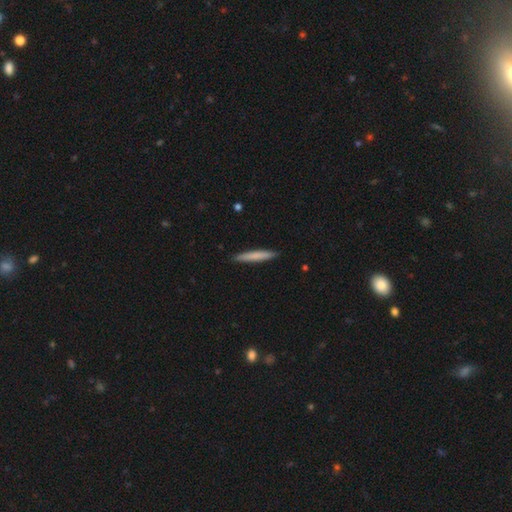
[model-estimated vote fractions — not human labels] Smooth or featured? Predicted: smooth (p=0.75). How rounded? Predicted: cigar-shaped (p=0.95). Merging? Predicted: none (p=0.91).